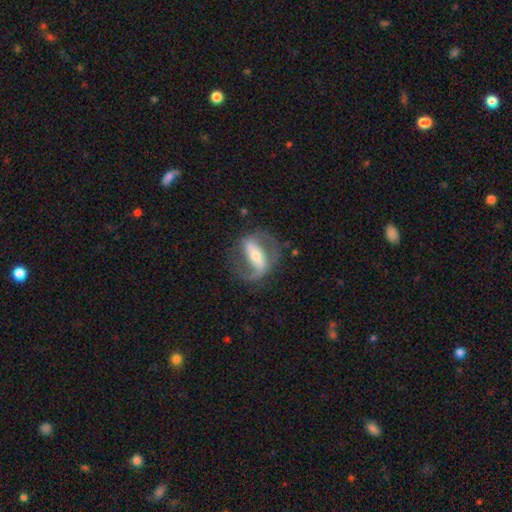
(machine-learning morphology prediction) Smooth or featured: featured or disk — 83% (smooth — 12%)
Edge-on disk: no — 91% (yes — 9%)
Bar: strong — 67% (weak — 21%)
Spiral arms: yes — 88% (no — 12%)
Spiral winding: medium — 45% (loose — 36%)
Spiral arm count: 2 — 79% (1 — 13%)
Bulge size: moderate — 47% (small — 42%)
Merging: none — 69% (minor disturbance — 15%)